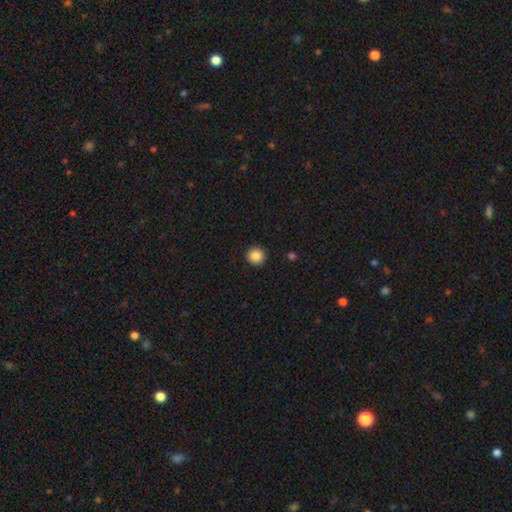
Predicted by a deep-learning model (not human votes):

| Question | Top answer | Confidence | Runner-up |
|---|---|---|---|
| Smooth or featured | smooth | 87% | star or artifact (10%) |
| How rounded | round | 96% | in between (3%) |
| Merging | none | 93% | minor disturbance (4%) |